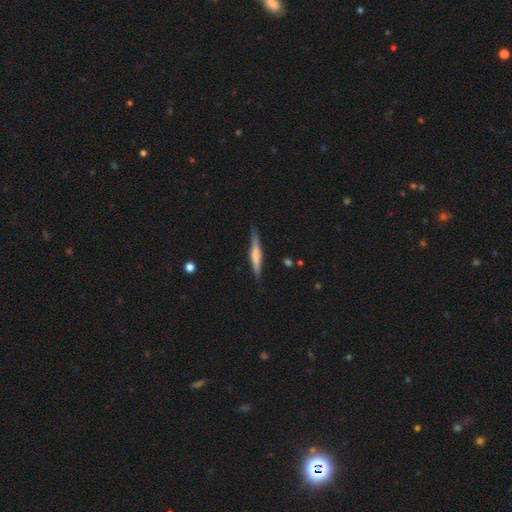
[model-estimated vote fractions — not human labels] This is possibly a featured or disk galaxy (51%). It is clearly viewed edge-on (96%). Merging: clearly none (82%).